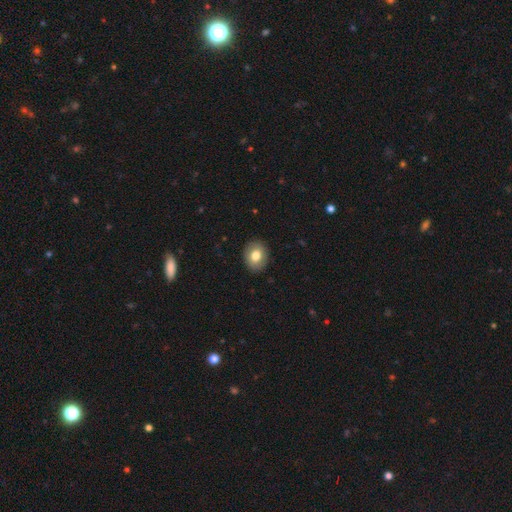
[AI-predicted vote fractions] Q: Smooth or featured?
A: smooth (78%); runner-up: featured or disk (15%)
Q: How rounded?
A: round (50%); runner-up: in between (49%)
Q: Merging?
A: none (89%); runner-up: minor disturbance (8%)